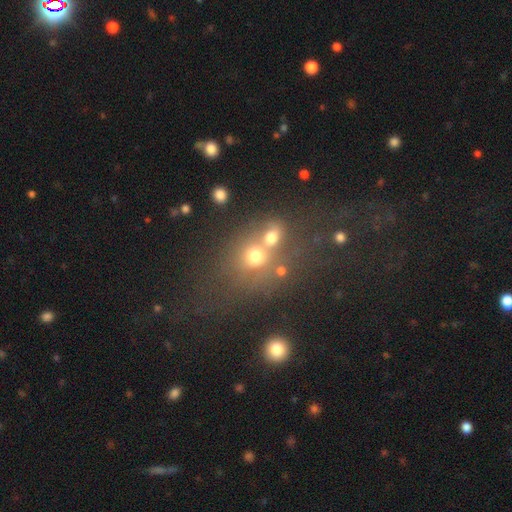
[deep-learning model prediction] Overall: smooth (60%; star or artifact 24%). How rounded: round (67%; in between 32%). Merging: merger (46%; none 37%).